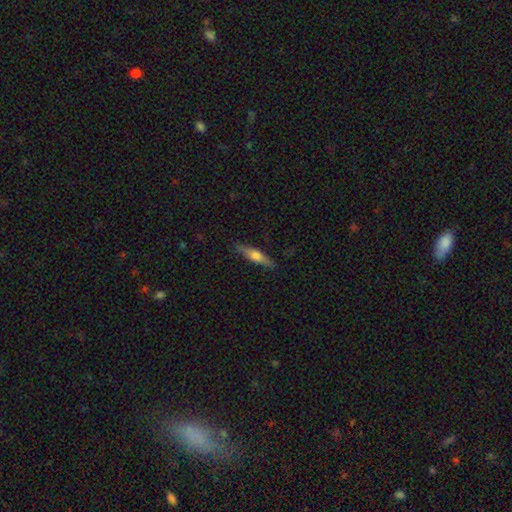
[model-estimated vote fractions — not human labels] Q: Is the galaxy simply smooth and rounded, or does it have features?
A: smooth — 50%.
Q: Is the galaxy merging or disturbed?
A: none — 87%.